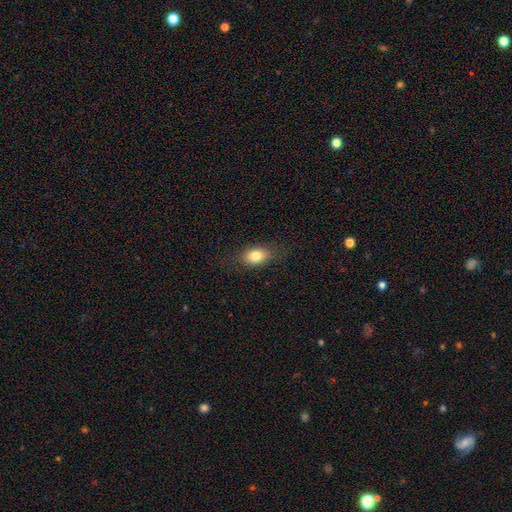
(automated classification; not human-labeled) A smooth galaxy with no disk features (81%) that is in between round and cigar-shaped (81%).

Vote fractions:
- Smooth or featured? smooth: 81% / featured or disk: 11% / star or artifact: 9%
- How rounded? in between: 81% / round: 16% / cigar-shaped: 3%
- Merging? none: 81% / minor disturbance: 14% / major disturbance: 4% / merger: 1%